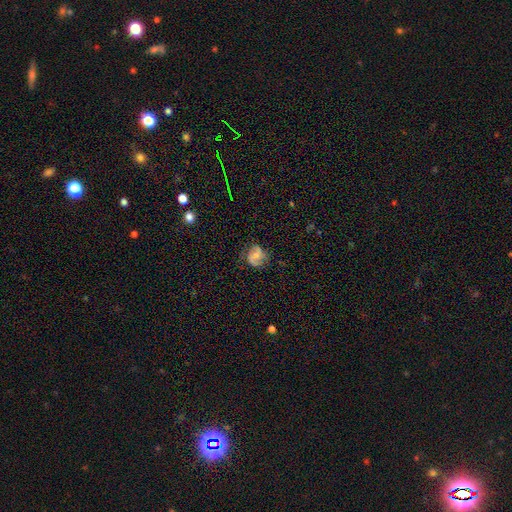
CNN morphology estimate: type=featured or disk (59%); edge-on=no (97%); bar=no (54%); spiral arms=yes (84%); bulge=moderate (49%); merging=none (65%).